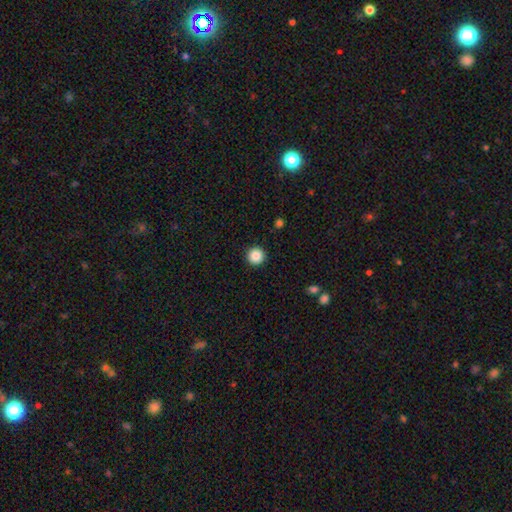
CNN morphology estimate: smooth 87%, star or artifact 10%, featured or disk 3%. Down the decision tree: how rounded — round (96%); merging — none (93%).